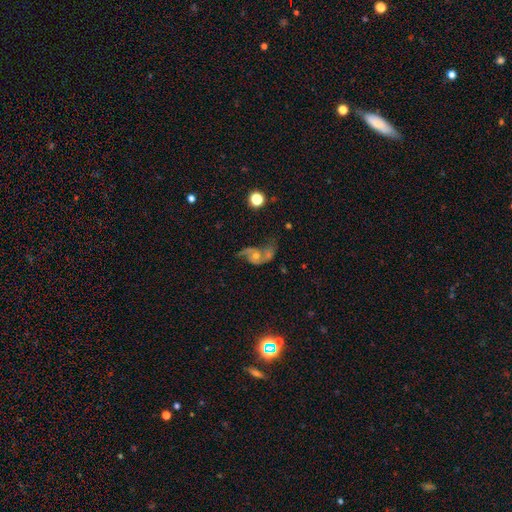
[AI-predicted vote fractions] Q: Smooth or featured?
A: featured or disk (76%); runner-up: smooth (16%)
Q: Edge-on disk?
A: no (97%); runner-up: yes (3%)
Q: Bar?
A: no (75%); runner-up: weak (21%)
Q: Spiral arms?
A: yes (88%); runner-up: no (12%)
Q: Spiral winding?
A: loose (62%); runner-up: medium (29%)
Q: Spiral arm count?
A: 2 (83%); runner-up: 1 (9%)
Q: Bulge size?
A: moderate (61%); runner-up: small (26%)
Q: Merging?
A: merger (31%); runner-up: none (30%)